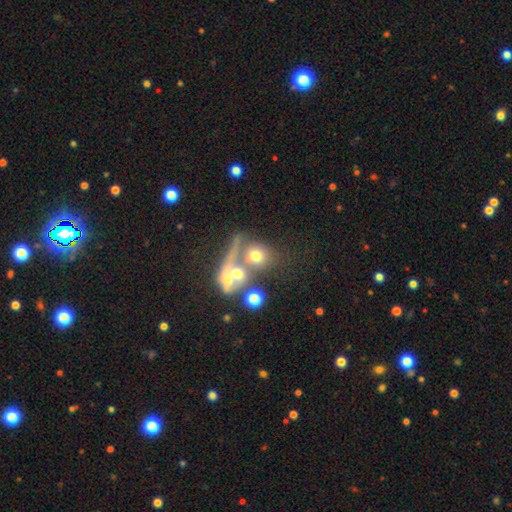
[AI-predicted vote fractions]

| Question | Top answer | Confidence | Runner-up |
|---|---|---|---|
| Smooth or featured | smooth | 57% | featured or disk (28%) |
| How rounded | round | 66% | in between (31%) |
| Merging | merger | 54% | none (26%) |